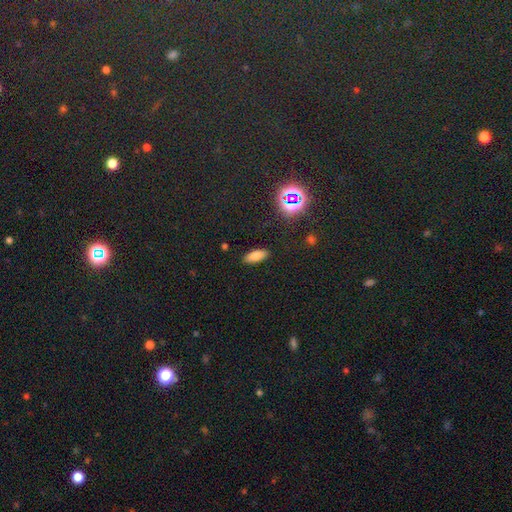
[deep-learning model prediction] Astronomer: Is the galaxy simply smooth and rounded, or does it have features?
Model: smooth — 77%.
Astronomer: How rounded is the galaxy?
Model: in between — 79%.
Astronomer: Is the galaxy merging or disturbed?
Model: none — 88%.